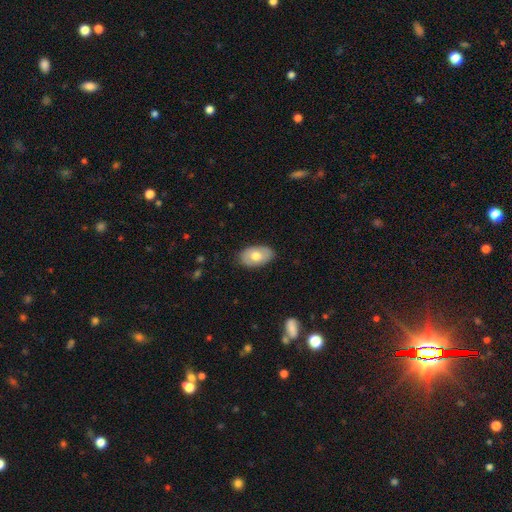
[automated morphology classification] Smooth or featured? Predicted: smooth (p=0.68). How rounded? Predicted: in between (p=0.92). Merging? Predicted: none (p=0.84).